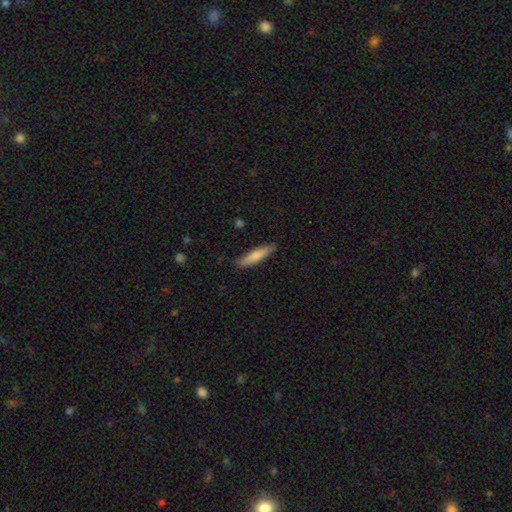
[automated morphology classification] smooth 77%, featured or disk 17%, star or artifact 5%. Down the decision tree: how rounded — cigar-shaped (84%); merging — none (86%).